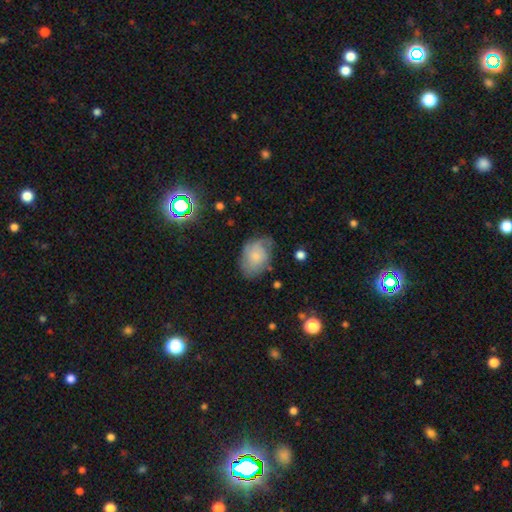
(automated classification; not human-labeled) Smooth or featured? Predicted: smooth (p=0.60). How rounded? Predicted: in between (p=0.79). Merging? Predicted: none (p=0.56).